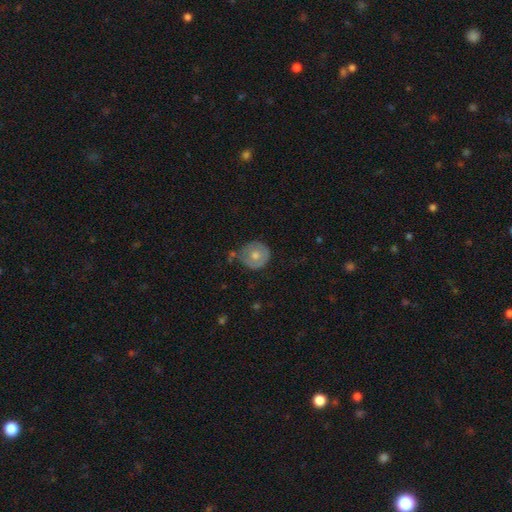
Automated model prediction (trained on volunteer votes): A smooth galaxy with no disk features (62%) that is round (90%). Merging: none (64%).